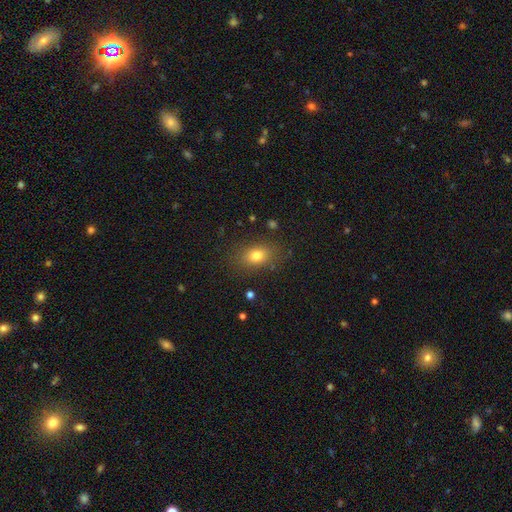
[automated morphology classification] smooth-or-featured: smooth: 78% | star or artifact: 12% | featured or disk: 10%
  how-rounded: in between: 72% | round: 26% | cigar-shaped: 2%
  merging: none: 81% | minor disturbance: 13% | major disturbance: 5% | merger: 2%